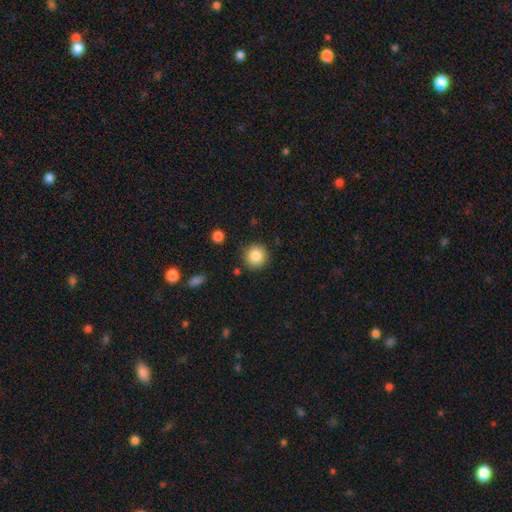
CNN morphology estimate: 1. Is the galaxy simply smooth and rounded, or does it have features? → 85% smooth, 9% star or artifact, 6% featured or disk.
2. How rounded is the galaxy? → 93% round, 6% in between, 1% cigar-shaped.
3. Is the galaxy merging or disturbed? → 88% none, 8% minor disturbance, 2% major disturbance, 2% merger.